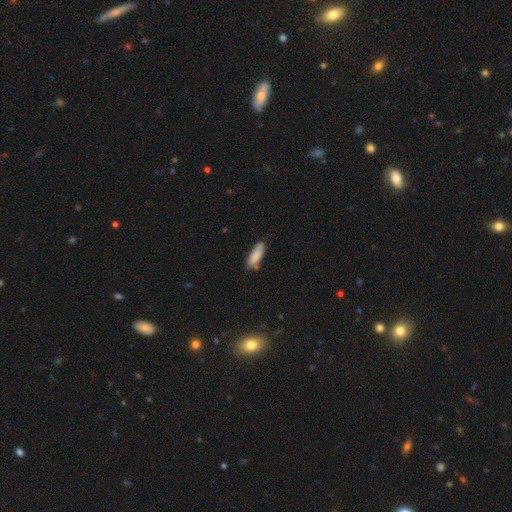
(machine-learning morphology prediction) This appears to be a smooth galaxy with no disk features (84%) that is in between round and cigar-shaped (57%). Merging: none (67%).